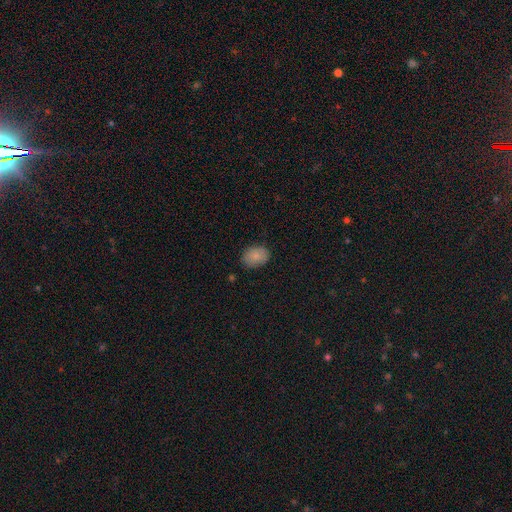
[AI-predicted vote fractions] Morphology: type=smooth (85%); roundness=in between (73%); merging=none (84%).